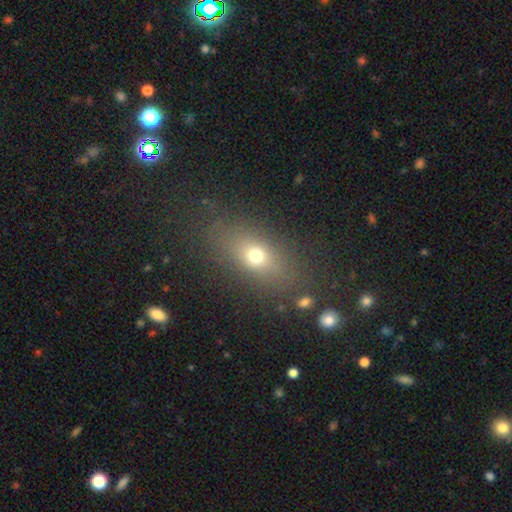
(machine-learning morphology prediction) Smooth or featured?
  - smooth: 66% *
  - star or artifact: 18%
  - featured or disk: 16%
How rounded?
  - in between: 68% *
  - round: 25%
  - cigar-shaped: 7%
Merging?
  - none: 77% *
  - minor disturbance: 13%
  - major disturbance: 8%
  - merger: 3%